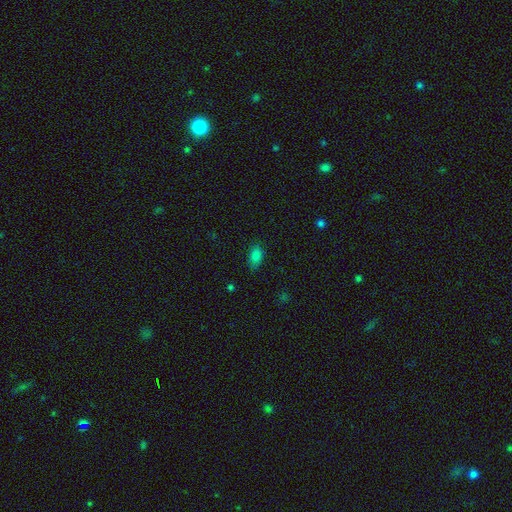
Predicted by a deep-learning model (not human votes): smooth 82%, star or artifact 12%, featured or disk 6%. Down the decision tree: how rounded — in between (89%); merging — none (80%).